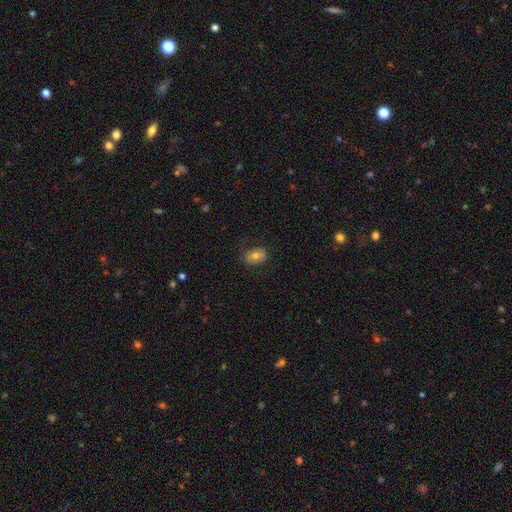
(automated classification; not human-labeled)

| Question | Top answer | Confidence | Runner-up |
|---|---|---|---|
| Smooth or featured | smooth | 67% | featured or disk (23%) |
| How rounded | in between | 68% | round (31%) |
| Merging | none | 75% | minor disturbance (18%) |